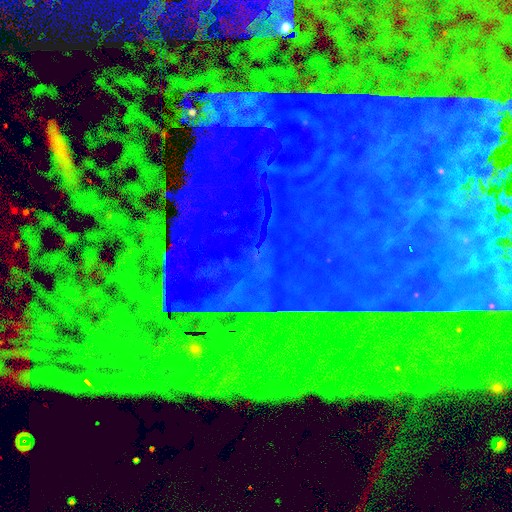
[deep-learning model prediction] Smooth or featured? Predicted: star or artifact (p=0.87).